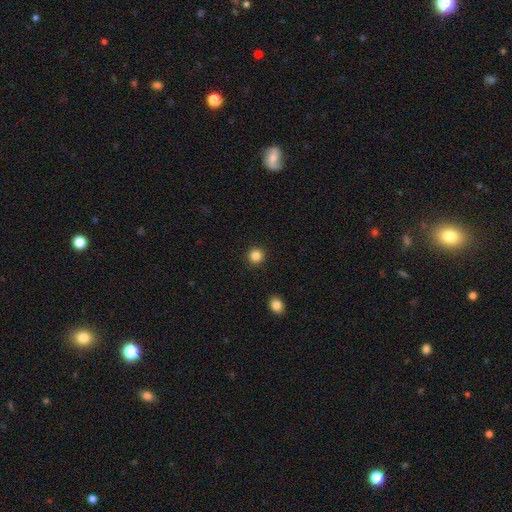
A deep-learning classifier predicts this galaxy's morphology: Q: Smooth or featured?
A: smooth (85%); runner-up: star or artifact (11%)
Q: How rounded?
A: round (94%); runner-up: in between (5%)
Q: Merging?
A: none (93%); runner-up: minor disturbance (4%)